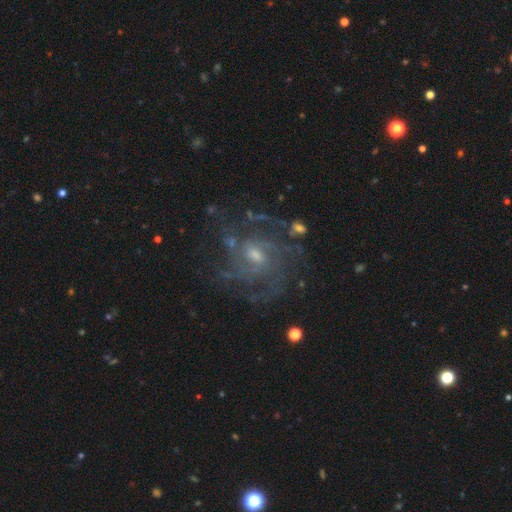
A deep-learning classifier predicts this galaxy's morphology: Smooth or featured: featured or disk — 83% (star or artifact — 10%)
Edge-on disk: no — 98% (yes — 2%)
Bar: weak — 47% (no — 44%)
Spiral arms: yes — 93% (no — 7%)
Spiral winding: tight — 46% (medium — 42%)
Spiral arm count: can't tell — 32% (4 — 23%)
Bulge size: small — 48% (moderate — 44%)
Merging: none — 70% (minor disturbance — 15%)